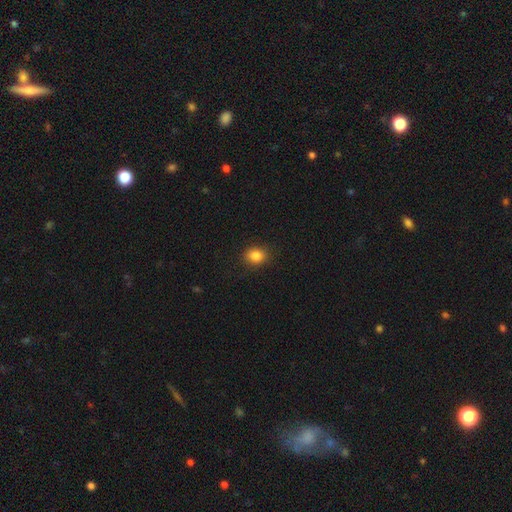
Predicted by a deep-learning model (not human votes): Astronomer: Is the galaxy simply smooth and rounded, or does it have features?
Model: smooth — 85%.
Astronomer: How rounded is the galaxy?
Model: round — 54% (runner-up: in between, 45%).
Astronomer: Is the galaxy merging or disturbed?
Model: none — 86%.